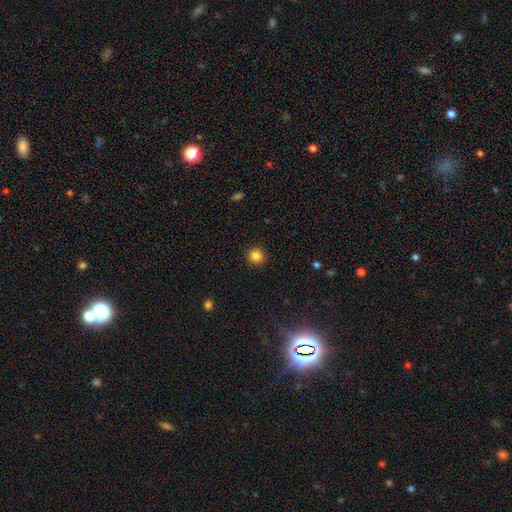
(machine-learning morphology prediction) Q: Smooth or featured?
A: smooth (84%); runner-up: star or artifact (12%)
Q: How rounded?
A: round (93%); runner-up: in between (6%)
Q: Merging?
A: none (91%); runner-up: minor disturbance (6%)